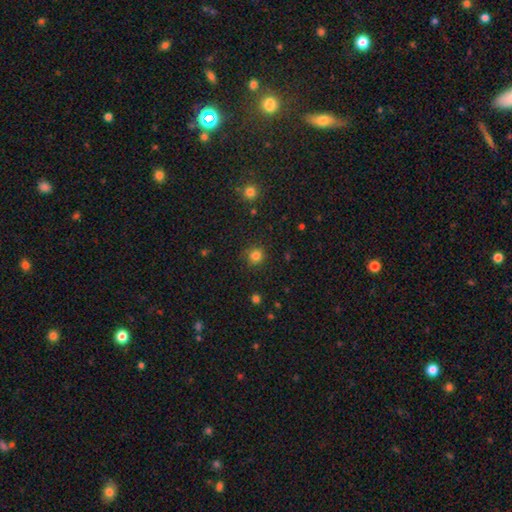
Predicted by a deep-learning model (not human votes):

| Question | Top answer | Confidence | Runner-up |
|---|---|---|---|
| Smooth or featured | smooth | 82% | star or artifact (13%) |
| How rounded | round | 90% | in between (9%) |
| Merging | none | 88% | minor disturbance (8%) |